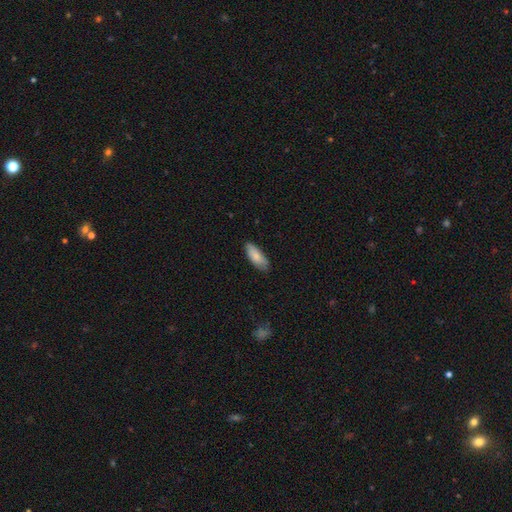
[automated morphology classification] The model was most divided on "how rounded": in between: 78%, cigar-shaped: 21%, round: 2%. More confident: smooth or featured — smooth (82%); merging — none (80%).